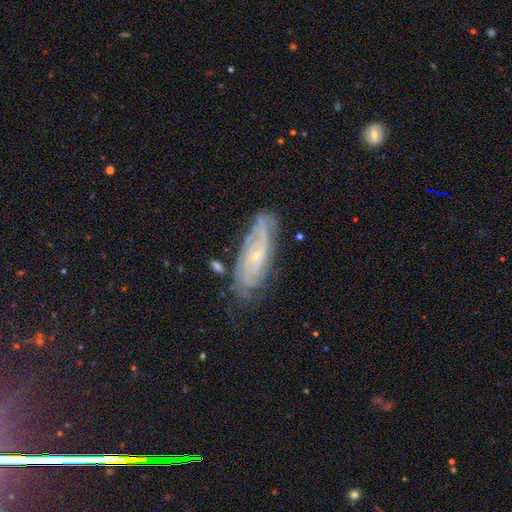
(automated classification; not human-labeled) This is likely a featured or disk galaxy (80%). It is clearly not viewed edge-on (88%). Bar: likely no (69%). Spiral arm pattern: clearly yes (94%). Spiral arm count: marginally can't tell (42%). Spiral winding: likely tight (68%). Central bulge: clearly small (82%). Merging: likely none (69%).